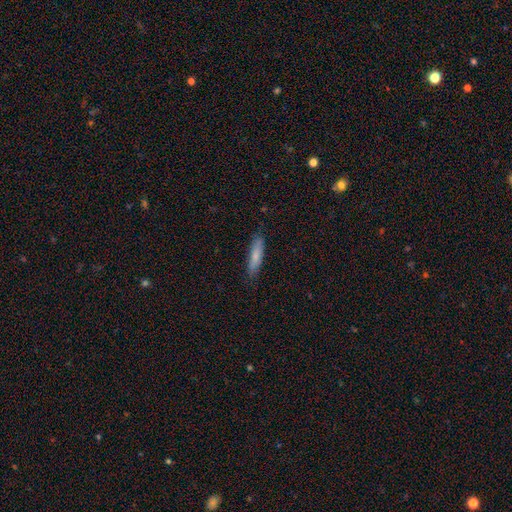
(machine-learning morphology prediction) The model was most divided on "how rounded": cigar-shaped: 76%, in between: 23%, round: 2%. More confident: merging — none (83%); smooth or featured — smooth (77%).